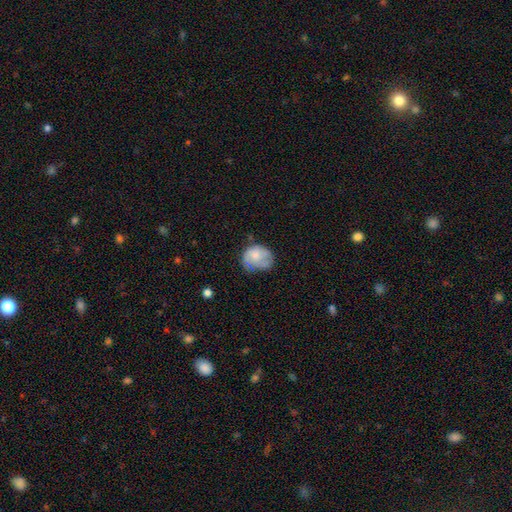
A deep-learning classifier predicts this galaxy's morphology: Overall: smooth (53%; featured or disk 40%). How rounded: round (58%; in between 41%). Merging: none (48%; minor disturbance 30%).